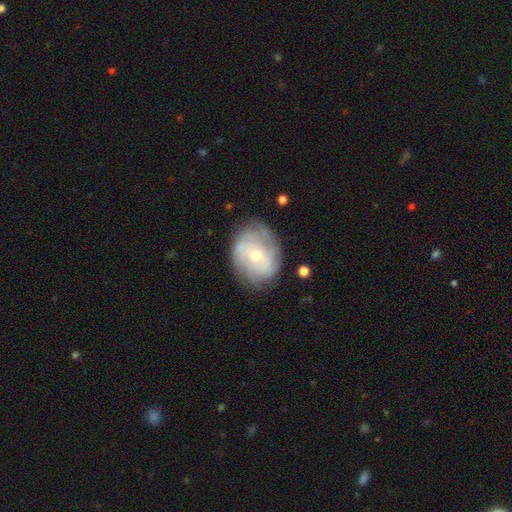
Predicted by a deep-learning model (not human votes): Overall: featured or disk (63%; smooth 30%). Edge-on disk: no (96%). Bar: no (74%). Spiral arms: yes (75%). Bulge size: small (57%; moderate 40%). Merging: none (69%).